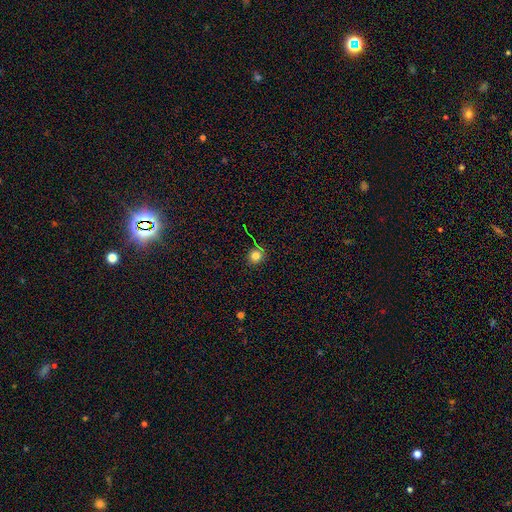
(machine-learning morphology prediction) smooth 78%, star or artifact 16%, featured or disk 7%. Down the decision tree: how rounded — round (88%); merging — none (81%).